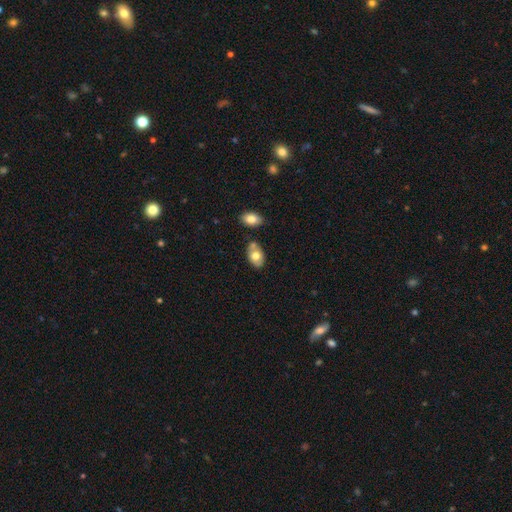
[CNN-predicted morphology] Q: Smooth or featured?
A: smooth (67%); runner-up: featured or disk (26%)
Q: How rounded?
A: in between (87%); runner-up: round (12%)
Q: Merging?
A: none (58%); runner-up: merger (23%)